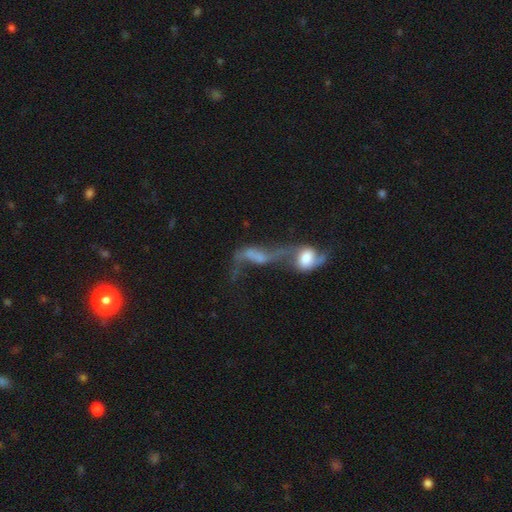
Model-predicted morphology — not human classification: Q: Smooth or featured?
A: featured or disk (57%); runner-up: smooth (31%)
Q: Edge-on disk?
A: no (89%); runner-up: yes (11%)
Q: Bar?
A: no (60%); runner-up: weak (25%)
Q: Spiral arms?
A: yes (62%); runner-up: no (38%)
Q: Bulge size?
A: none (40%); runner-up: moderate (22%)
Q: Merging?
A: merger (72%); runner-up: major disturbance (14%)